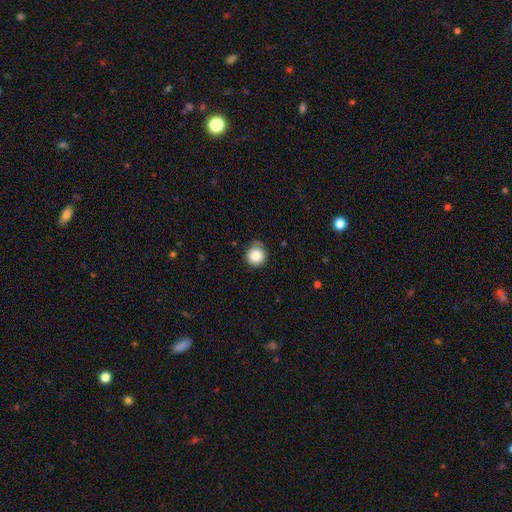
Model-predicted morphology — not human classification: Smooth or featured? Predicted: smooth (p=0.85). How rounded? Predicted: round (p=0.94). Merging? Predicted: none (p=0.76).